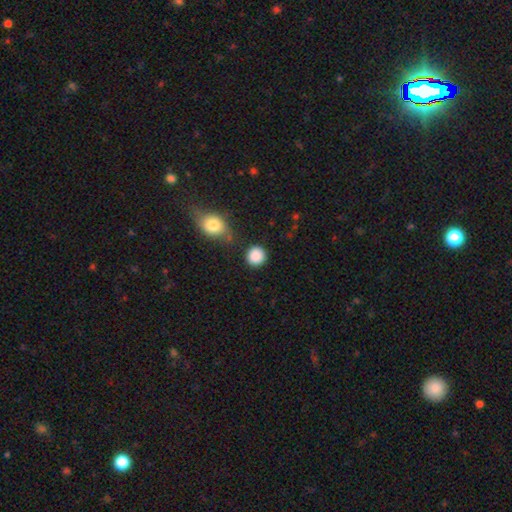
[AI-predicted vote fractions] smooth 88%, star or artifact 8%, featured or disk 3%. Down the decision tree: how rounded — round (90%); merging — none (81%).